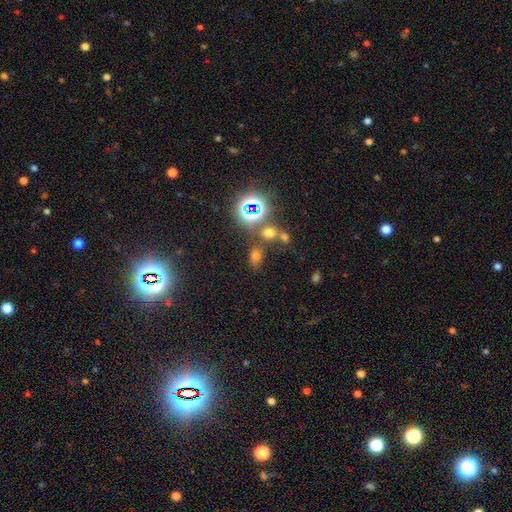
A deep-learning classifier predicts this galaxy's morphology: A smooth galaxy with no disk features (58%) that is in between round and cigar-shaped (67%). Merging: none (68%).